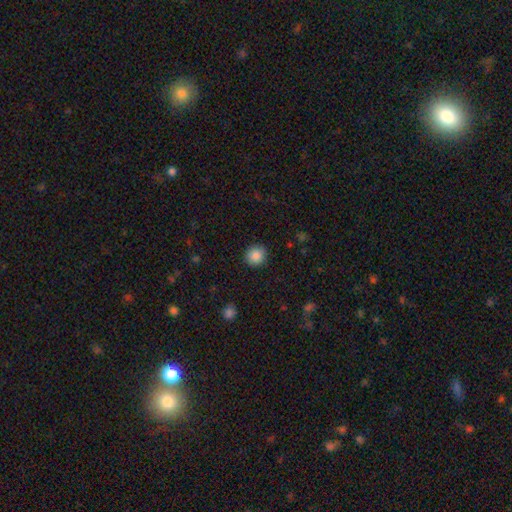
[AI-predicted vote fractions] Smooth or featured? Predicted: smooth (p=0.88). How rounded? Predicted: round (p=0.86). Merging? Predicted: none (p=0.90).